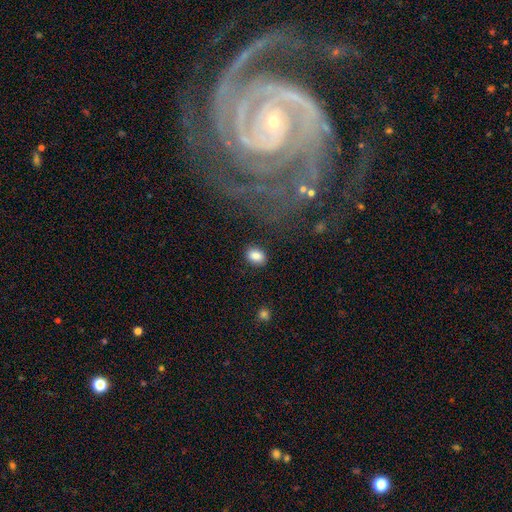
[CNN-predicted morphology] Smooth or featured? Predicted: smooth (p=0.85). How rounded? Predicted: in between (p=0.72). Merging? Predicted: none (p=0.86).